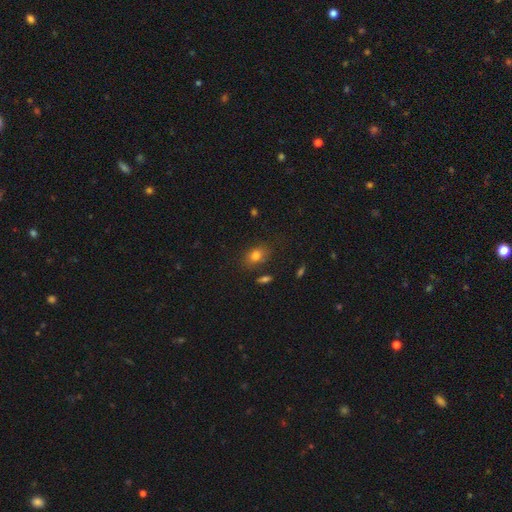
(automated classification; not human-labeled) Morphology: type=smooth (79%); roundness=in between (71%); merging=none (76%).